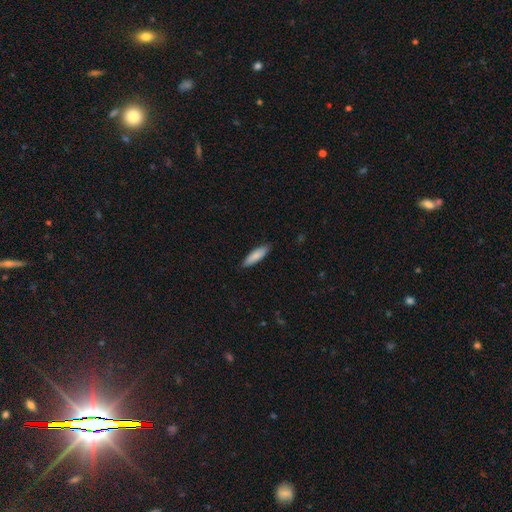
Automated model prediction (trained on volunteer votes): smooth_or_featured: smooth (p=0.83) [alt: featured or disk p=0.11]
how_rounded: cigar-shaped (p=0.63) [alt: in between p=0.36]
merging: none (p=0.87) [alt: minor disturbance p=0.10]